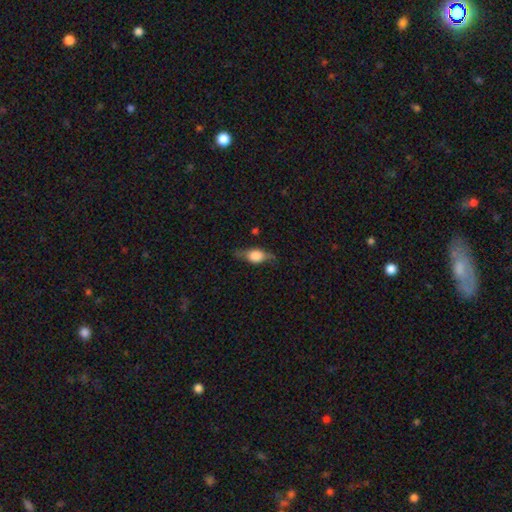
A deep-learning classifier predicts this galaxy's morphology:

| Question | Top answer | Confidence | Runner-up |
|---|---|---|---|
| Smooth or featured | smooth | 56% | featured or disk (37%) |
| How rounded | in between | 71% | round (15%) |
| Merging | none | 66% | minor disturbance (24%) |